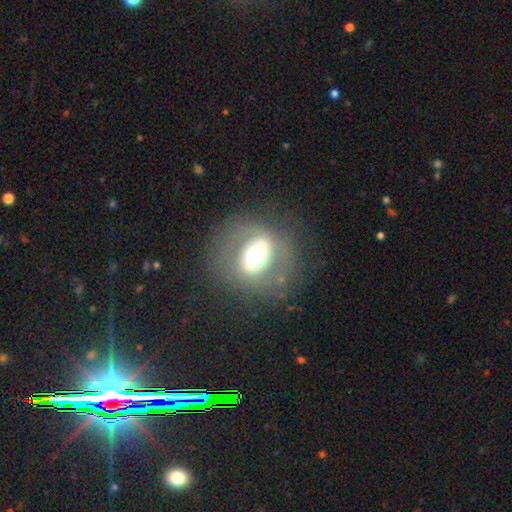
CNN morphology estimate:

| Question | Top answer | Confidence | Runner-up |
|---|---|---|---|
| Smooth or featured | featured or disk | 43% | smooth (41%) |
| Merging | none | 74% | major disturbance (12%) |